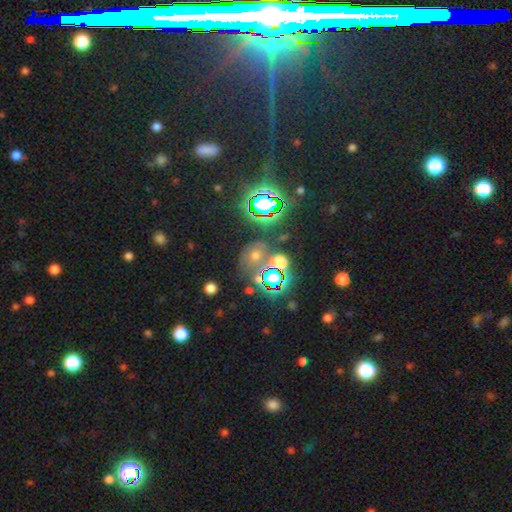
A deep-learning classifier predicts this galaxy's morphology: Q: Smooth or featured?
A: star or artifact (48%); runner-up: smooth (41%)